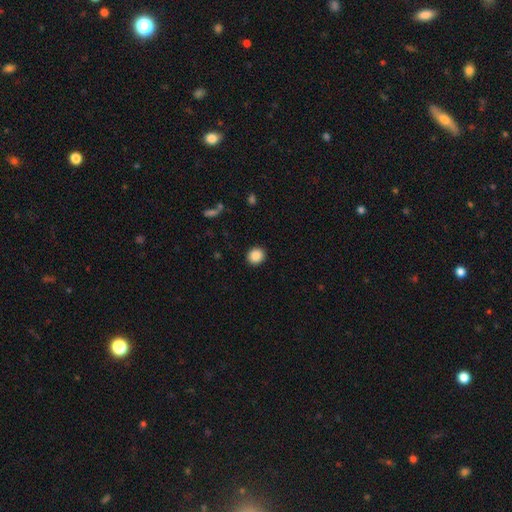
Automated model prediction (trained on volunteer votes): This appears to be a smooth galaxy with no disk features (87%) that is round (85%). Merging: none (91%).